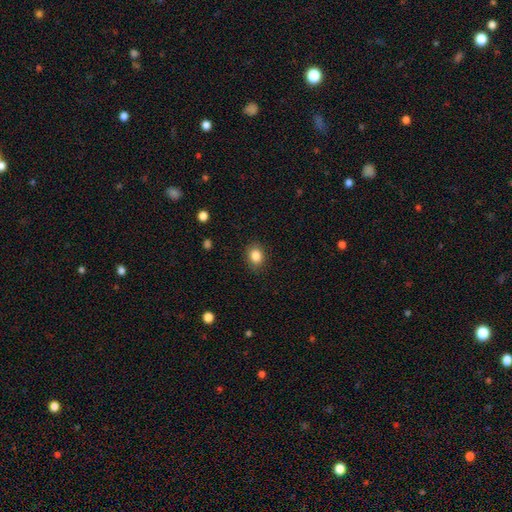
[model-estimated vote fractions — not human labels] smooth_or_featured: smooth (p=0.86) [alt: star or artifact p=0.10]
how_rounded: round (p=0.52) [alt: in between p=0.47]
merging: none (p=0.87) [alt: minor disturbance p=0.09]